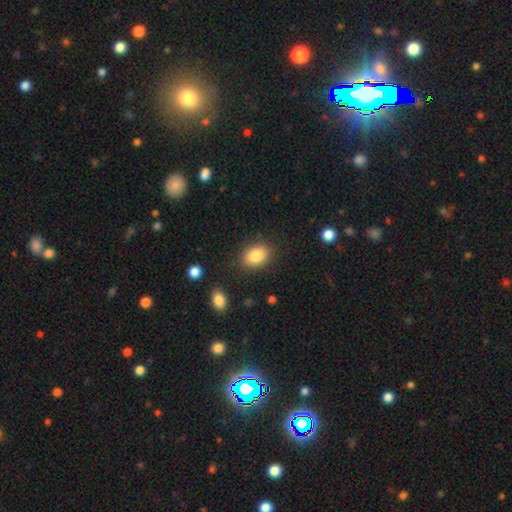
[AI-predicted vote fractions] Smooth or featured: smooth — 85% (star or artifact — 8%)
How rounded: in between — 73% (round — 26%)
Merging: none — 84% (minor disturbance — 11%)